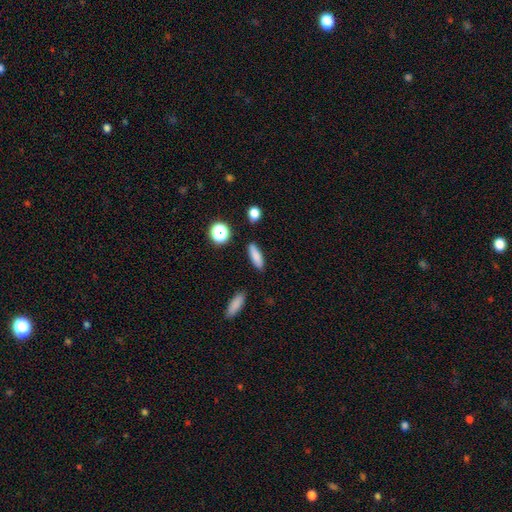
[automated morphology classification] Overall: smooth (82%). How rounded: cigar-shaped (56%; in between 40%). Merging: none (86%).